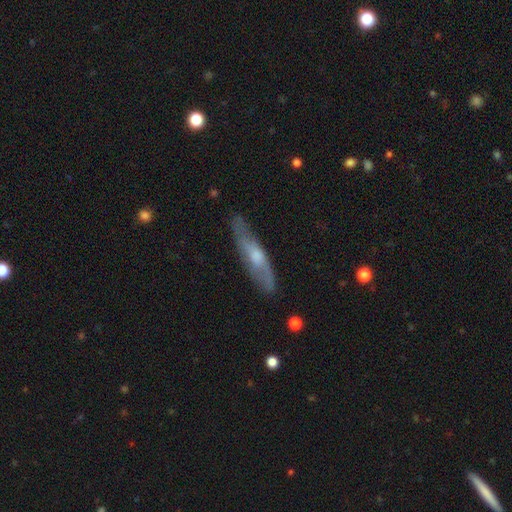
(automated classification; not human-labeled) Q: Smooth or featured?
A: featured or disk (58%); runner-up: smooth (35%)
Q: Edge-on disk?
A: yes (60%); runner-up: no (40%)
Q: Merging?
A: none (78%); runner-up: minor disturbance (16%)